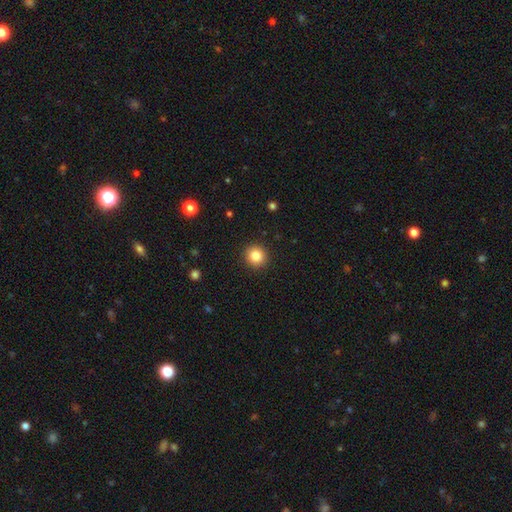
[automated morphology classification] Overall: smooth (83%). How rounded: round (94%). Merging: none (92%).